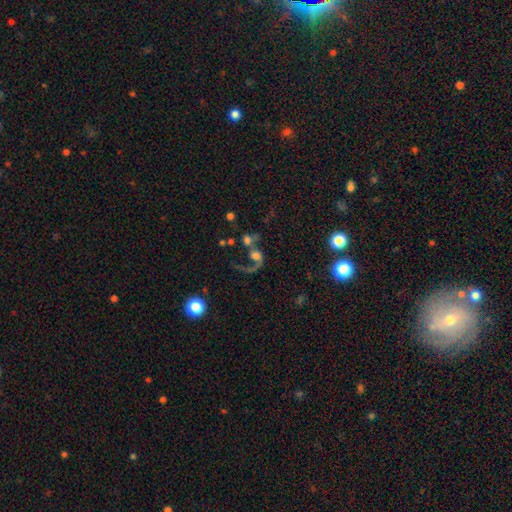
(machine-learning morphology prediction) This is possibly a featured or disk galaxy (59%). It is clearly not viewed edge-on (96%). Bar: likely no (72%). Spiral arm pattern: likely yes (78%). Central bulge: marginally moderate (36%). Merging: possibly merger (48%).